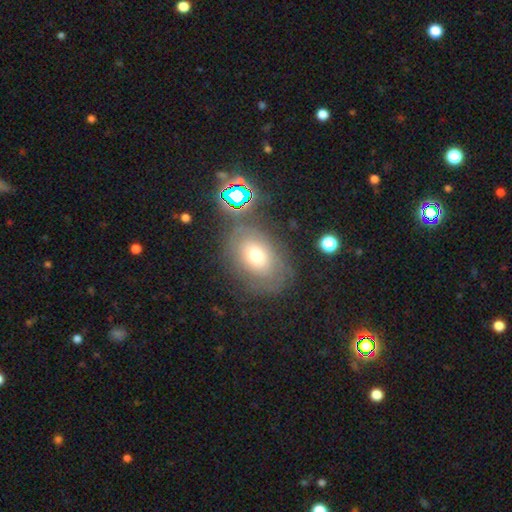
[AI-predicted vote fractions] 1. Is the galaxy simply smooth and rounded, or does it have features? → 52% smooth, 32% featured or disk, 16% star or artifact.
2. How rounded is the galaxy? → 76% in between, 23% round, 1% cigar-shaped.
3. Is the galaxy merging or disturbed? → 69% none, 17% minor disturbance, 9% major disturbance, 5% merger.